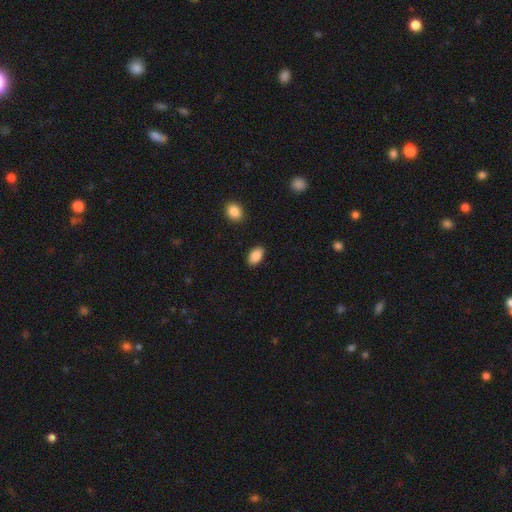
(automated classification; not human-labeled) Smooth or featured? Predicted: smooth (p=0.88). How rounded? Predicted: in between (p=0.92). Merging? Predicted: none (p=0.89).